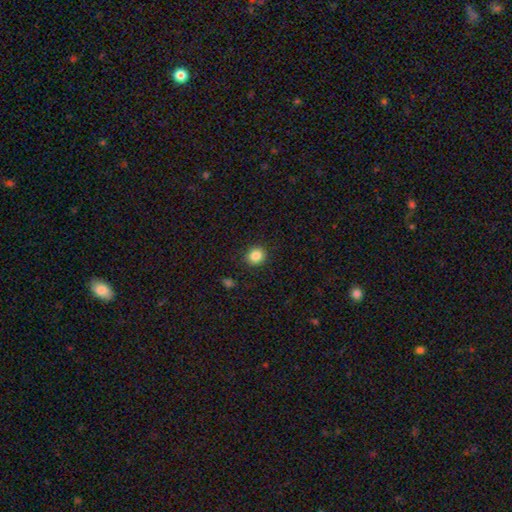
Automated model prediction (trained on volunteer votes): Smooth or featured?
  - smooth: 86% *
  - star or artifact: 10%
  - featured or disk: 4%
How rounded?
  - round: 85% *
  - in between: 14%
  - cigar-shaped: 1%
Merging?
  - none: 90% *
  - minor disturbance: 7%
  - major disturbance: 2%
  - merger: 1%